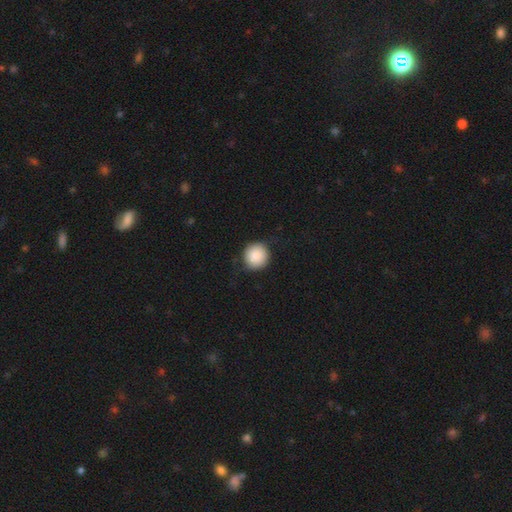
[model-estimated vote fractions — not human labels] The model was most divided on "merging": none: 85%, minor disturbance: 11%, major disturbance: 3%, merger: 1%. More confident: how rounded — round (92%); smooth or featured — smooth (89%).